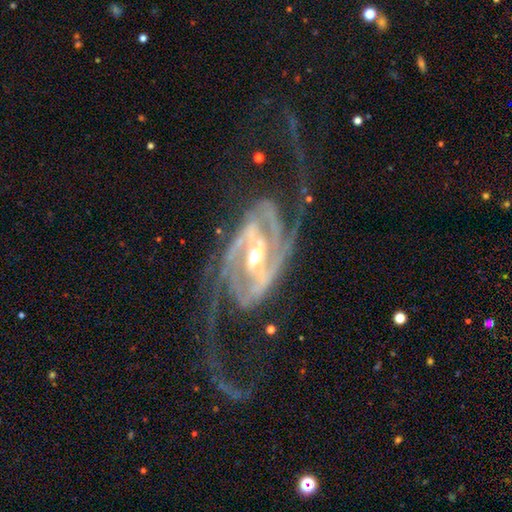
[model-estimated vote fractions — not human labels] This appears to be a featured or disk galaxy (93%) with a strong bar (60%), 2 (75%) medium (44%) spiral arms (98%) and a moderate central bulge (60%). Merging: none (56%).